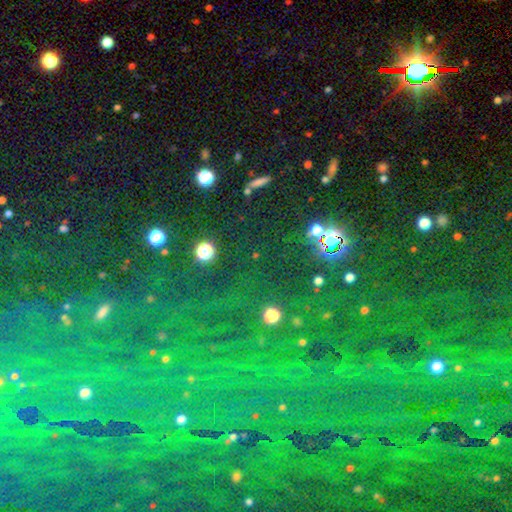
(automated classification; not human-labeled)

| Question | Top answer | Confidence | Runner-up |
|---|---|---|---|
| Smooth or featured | star or artifact | 52% | smooth (35%) |